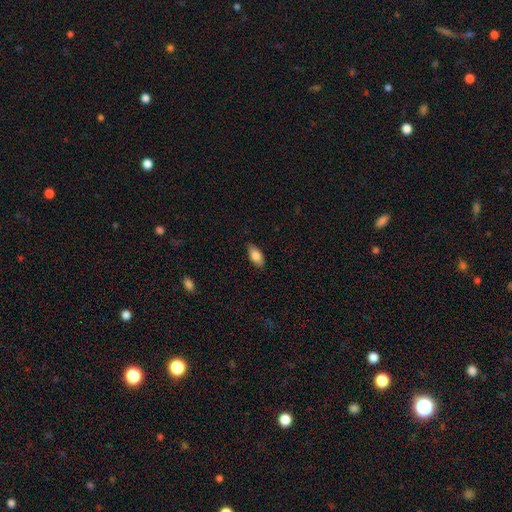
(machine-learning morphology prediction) Smooth or featured? smooth (84%)
How rounded? in between (89%)
Merging? none (84%)